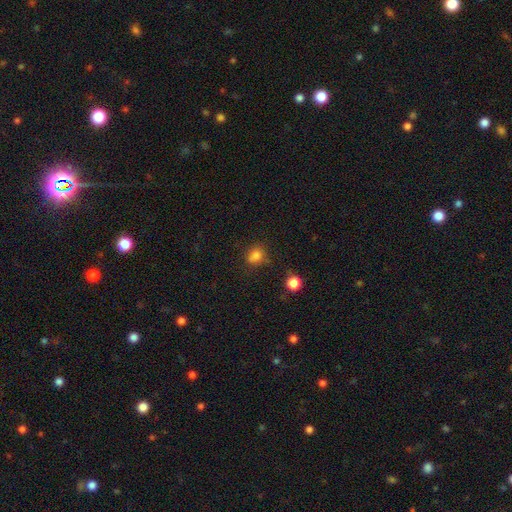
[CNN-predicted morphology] Smooth or featured? Predicted: smooth (p=0.79). How rounded? Predicted: round (p=0.59). Merging? Predicted: none (p=0.67).